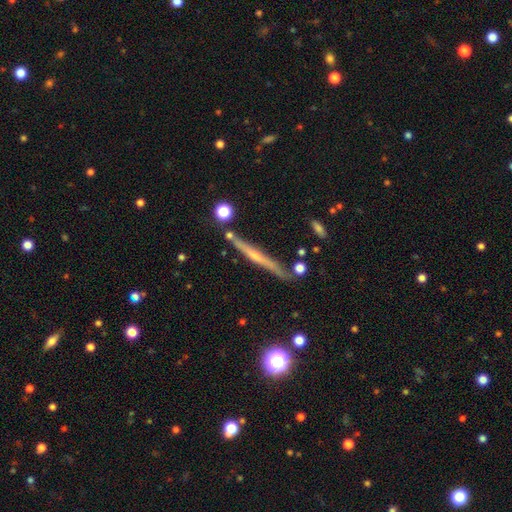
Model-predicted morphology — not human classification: smooth_or_featured: featured or disk (p=0.66) [alt: smooth p=0.26]
disk_edge_on: yes (p=0.97) [alt: no p=0.03]
edge_on_bulge: rounded (p=0.51) [alt: none p=0.42]
merging: none (p=0.82) [alt: minor disturbance p=0.11]